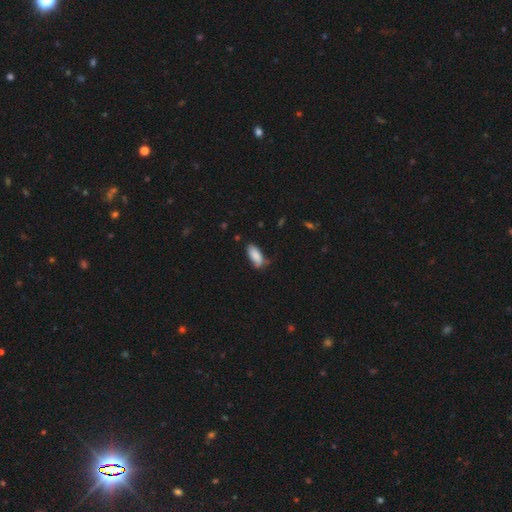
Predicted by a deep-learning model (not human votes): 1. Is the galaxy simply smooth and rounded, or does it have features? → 87% smooth, 7% star or artifact, 6% featured or disk.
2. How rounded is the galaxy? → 83% in between, 15% cigar-shaped, 2% round.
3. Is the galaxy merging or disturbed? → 68% none, 25% minor disturbance, 5% major disturbance, 2% merger.